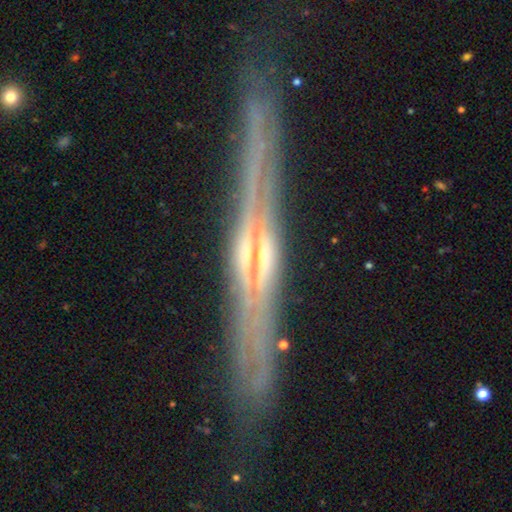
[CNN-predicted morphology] featured or disk 83%, smooth 9%, star or artifact 8%. Down the decision tree: edge-on disk — yes (95%); edge-on bulge — rounded (57%); merging — none (85%).